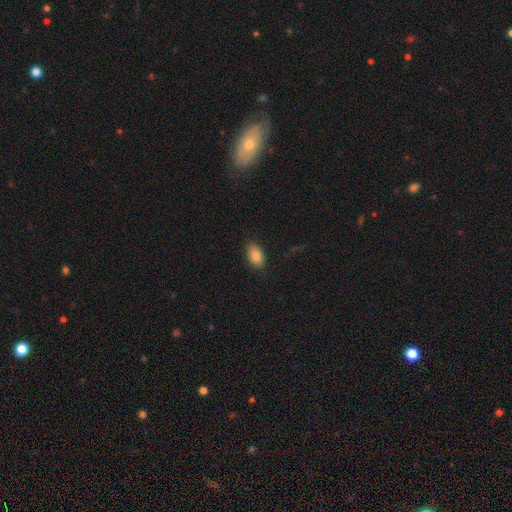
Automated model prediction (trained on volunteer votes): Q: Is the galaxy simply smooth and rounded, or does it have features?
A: smooth — 85%.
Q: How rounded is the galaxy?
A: in between — 90%.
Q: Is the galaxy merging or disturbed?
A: none — 86%.